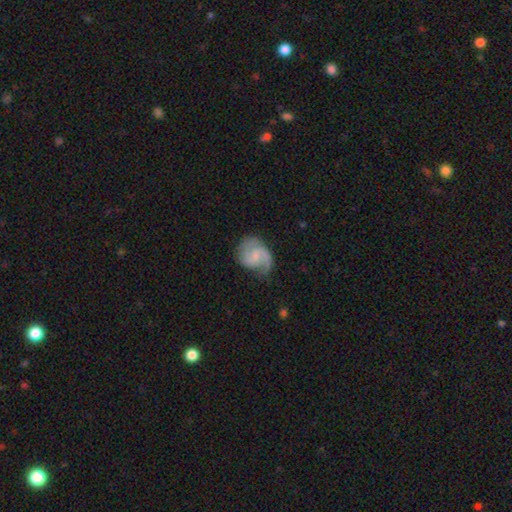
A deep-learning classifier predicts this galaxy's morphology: A featured or disk galaxy (81%) with no bar (51%), 2 (80%) medium (51%) spiral arms (96%) and a small central bulge (56%). Merging: none (65%).